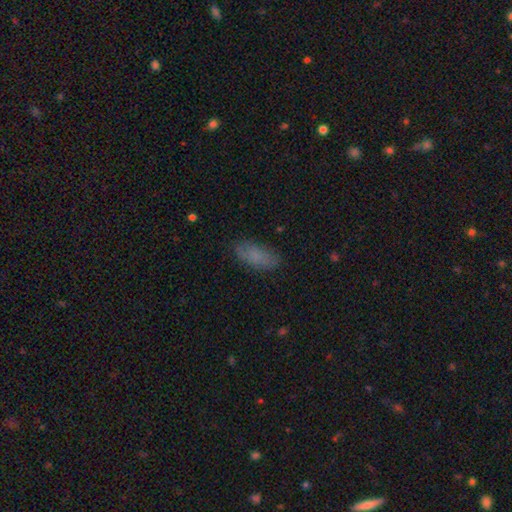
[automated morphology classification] type=smooth (79%); roundness=in between (85%); merging=none (77%).